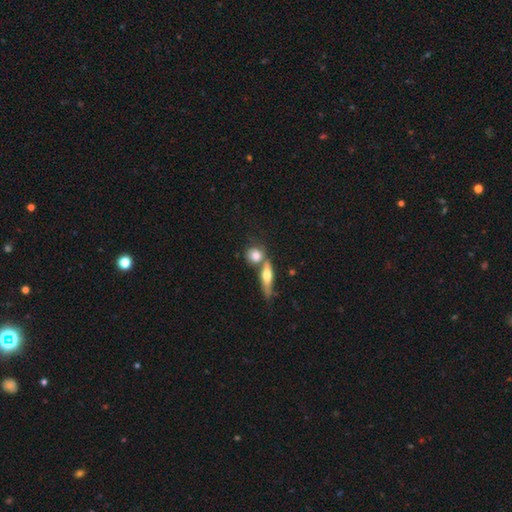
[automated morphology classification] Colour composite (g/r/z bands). It shows a smooth galaxy with no disk features (70%) that is round (65%). Merging: none (47%).